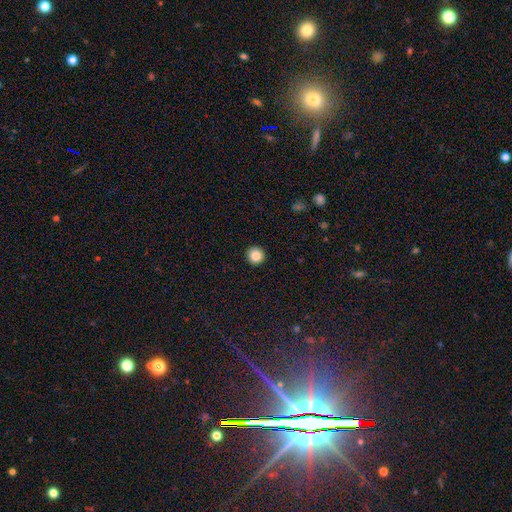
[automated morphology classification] smooth_or_featured: smooth (p=0.87) [alt: star or artifact p=0.10]
how_rounded: round (p=0.96) [alt: in between p=0.03]
merging: none (p=0.94) [alt: minor disturbance p=0.04]